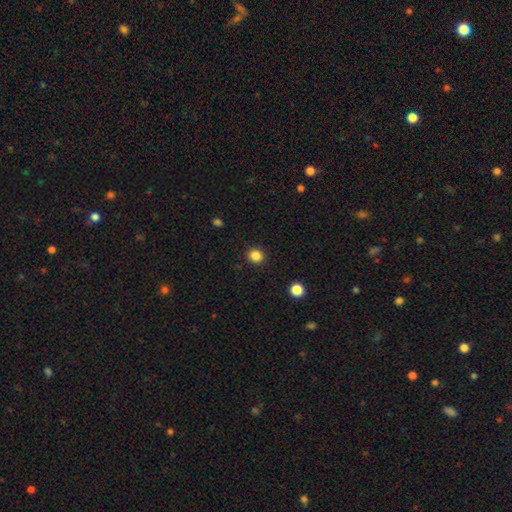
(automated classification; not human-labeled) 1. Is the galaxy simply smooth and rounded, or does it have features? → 85% smooth, 12% star or artifact, 3% featured or disk.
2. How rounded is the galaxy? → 86% round, 14% in between, 1% cigar-shaped.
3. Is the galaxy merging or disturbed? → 92% none, 5% minor disturbance, 2% major disturbance, 1% merger.